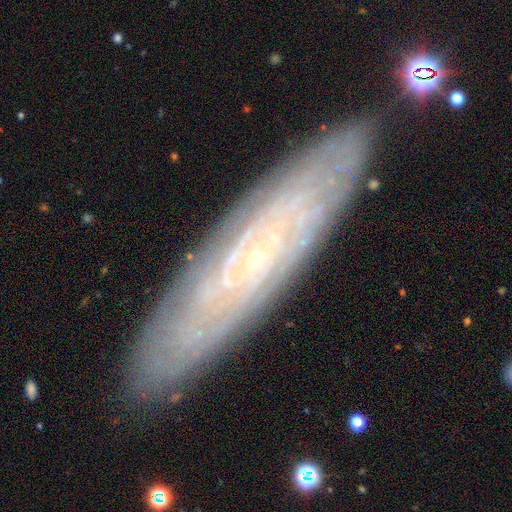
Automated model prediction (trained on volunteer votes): Smooth or featured? featured or disk (79%)
Edge-on disk? no (70%)
Bar? no (74%)
Spiral arms? yes (87%)
Bulge size? small (89%)
Merging? none (87%)